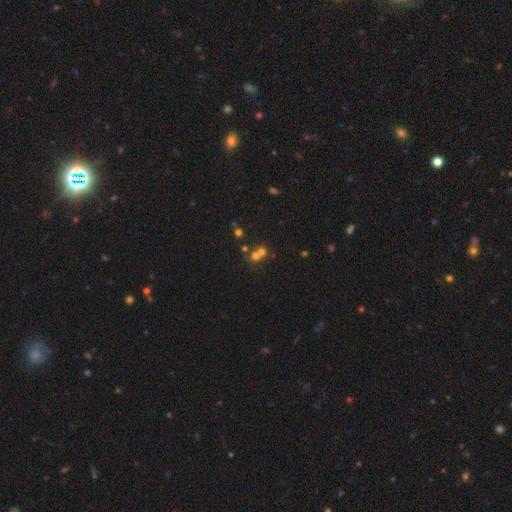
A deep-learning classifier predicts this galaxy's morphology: Q: Smooth or featured?
A: smooth (57%); runner-up: star or artifact (24%)
Q: How rounded?
A: round (82%); runner-up: in between (17%)
Q: Merging?
A: merger (52%); runner-up: none (39%)